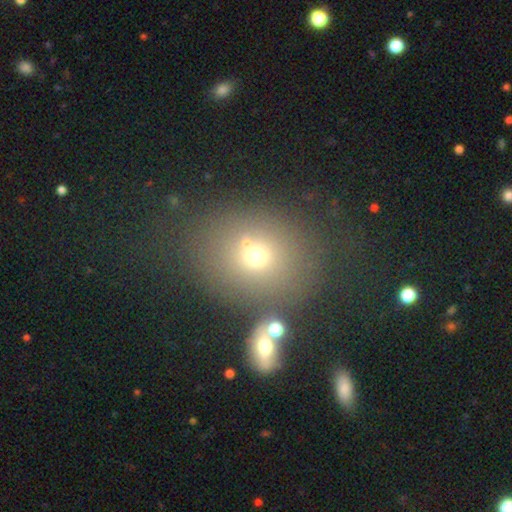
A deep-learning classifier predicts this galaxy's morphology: This is likely a smooth galaxy (66%). How rounded: likely round (65%). Merging: likely none (60%).